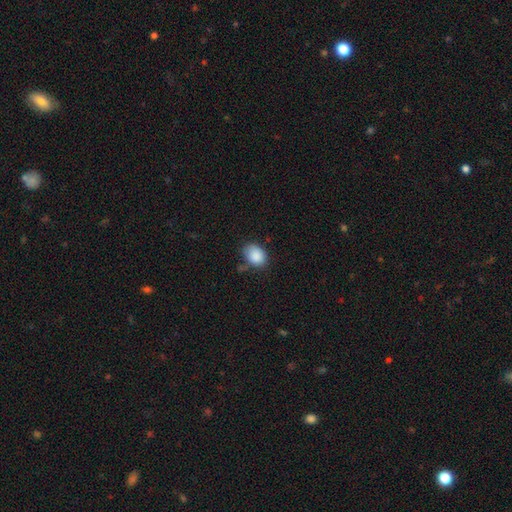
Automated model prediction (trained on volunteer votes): smooth 88%, star or artifact 8%, featured or disk 5%. Down the decision tree: how rounded — in between (66%); merging — none (64%).